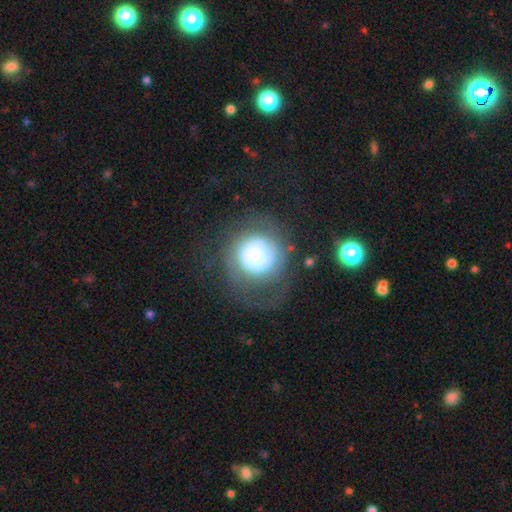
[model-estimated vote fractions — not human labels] Smooth or featured? featured or disk (57%)
Edge-on disk? no (97%)
Bar? no (82%)
Spiral arms? yes (65%)
Bulge size? moderate (46%)
Merging? none (57%)